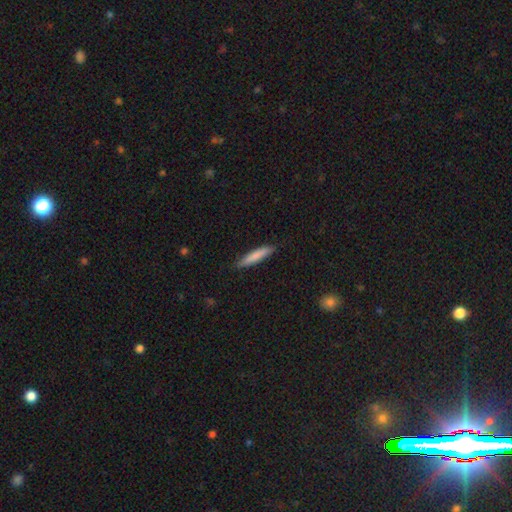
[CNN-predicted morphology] This is clearly a smooth galaxy (80%). How rounded: clearly cigar-shaped (89%). Merging: clearly none (86%).